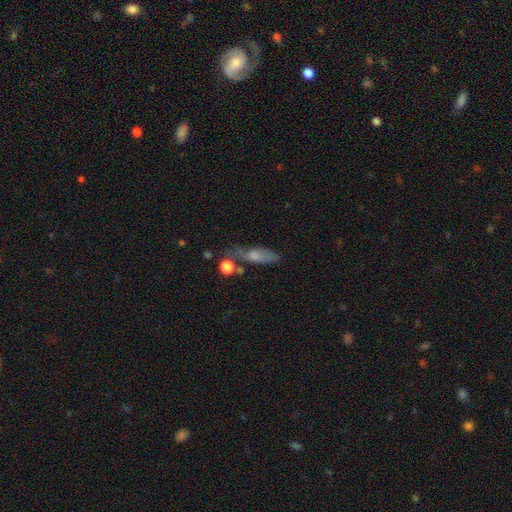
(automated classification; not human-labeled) Smooth or featured: smooth — 57% (featured or disk — 30%)
How rounded: in between — 46% (tied with cigar-shaped — 46%)
Merging: none — 51% (minor disturbance — 23%)